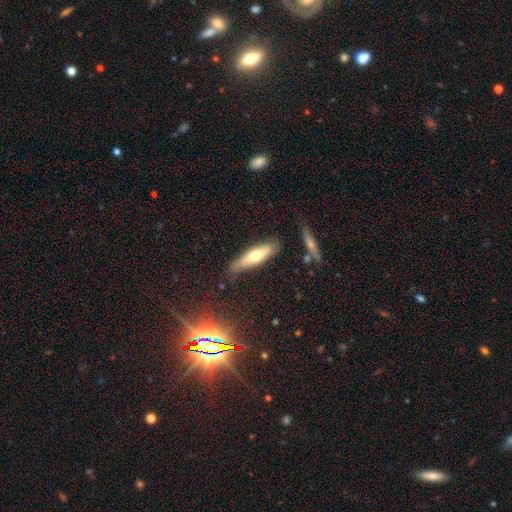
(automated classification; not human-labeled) Overall: smooth (59%; featured or disk 35%). How rounded: cigar-shaped (63%; in between 35%). Merging: none (72%).